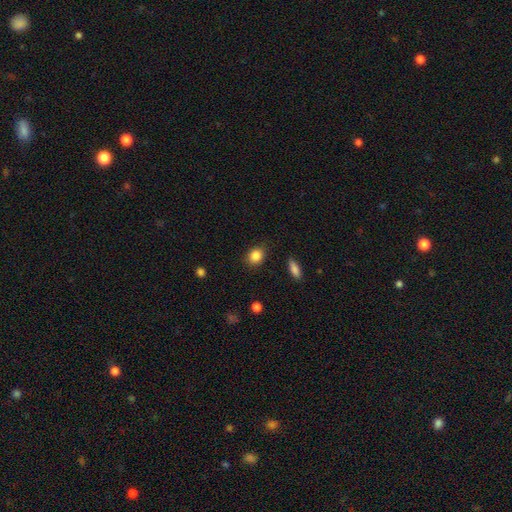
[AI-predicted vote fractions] Smooth or featured? Predicted: smooth (p=0.85). How rounded? Predicted: round (p=0.56). Merging? Predicted: none (p=0.85).